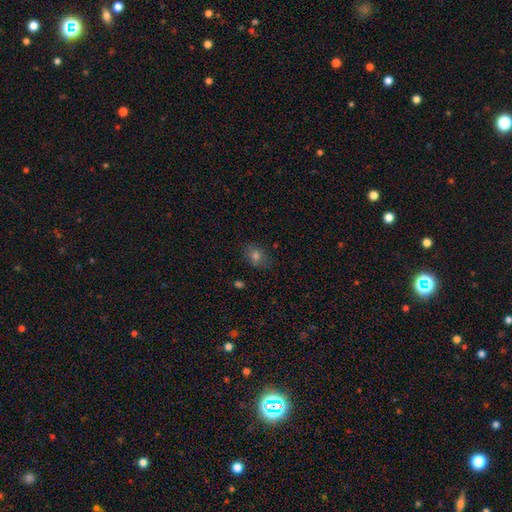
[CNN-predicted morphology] A smooth galaxy with no disk features (71%) that is in between round and cigar-shaped (60%). Merging: none (83%).